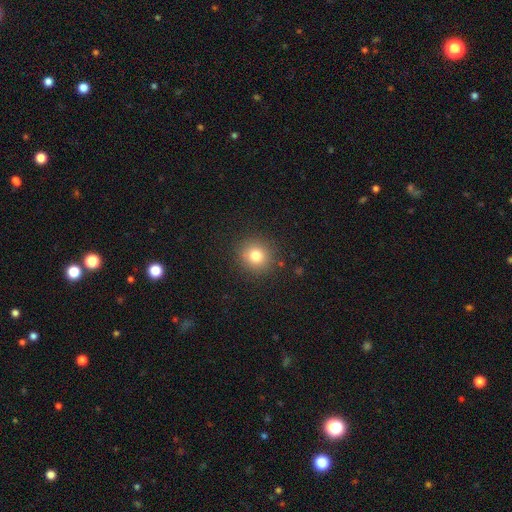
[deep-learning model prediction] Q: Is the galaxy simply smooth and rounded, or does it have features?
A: smooth — 79%.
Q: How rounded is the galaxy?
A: round — 91%.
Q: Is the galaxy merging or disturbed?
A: none — 90%.